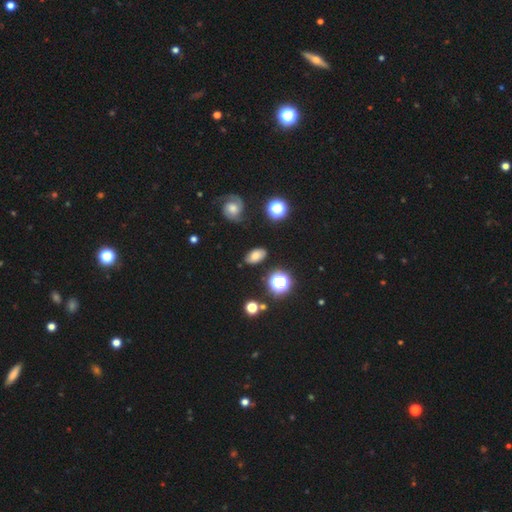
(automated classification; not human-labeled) A smooth galaxy with no disk features (67%) that is in between round and cigar-shaped (87%).

Vote fractions:
- Smooth or featured? smooth: 67% / featured or disk: 17% / star or artifact: 16%
- How rounded? in between: 87% / round: 10% / cigar-shaped: 2%
- Merging? none: 83% / minor disturbance: 11% / major disturbance: 3% / merger: 2%